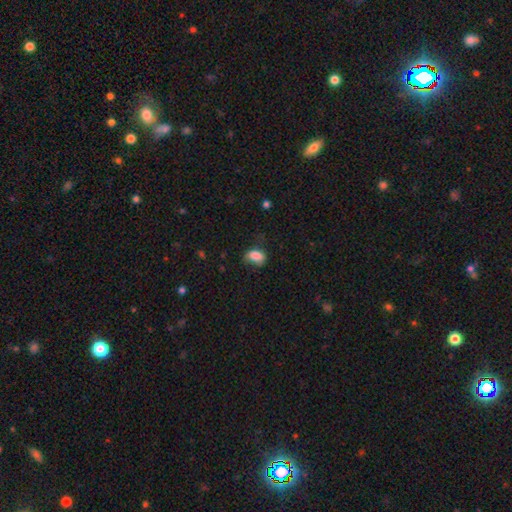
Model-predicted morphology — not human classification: The model was most divided on "merging": none: 50%, minor disturbance: 33%, major disturbance: 15%, merger: 2%. More confident: how rounded — in between (83%); smooth or featured — smooth (82%).